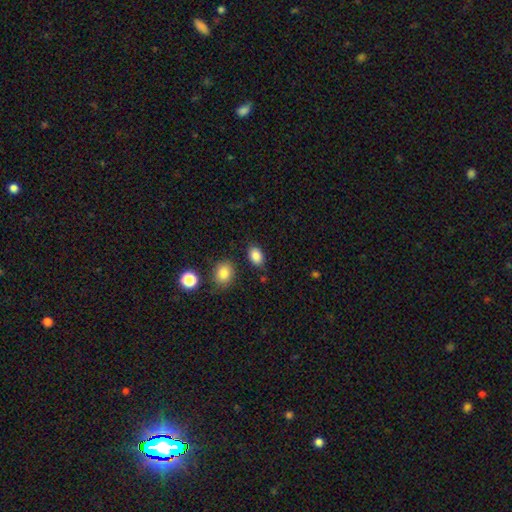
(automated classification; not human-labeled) Q: Smooth or featured?
A: smooth (86%); runner-up: star or artifact (9%)
Q: How rounded?
A: in between (81%); runner-up: round (18%)
Q: Merging?
A: none (82%); runner-up: minor disturbance (11%)